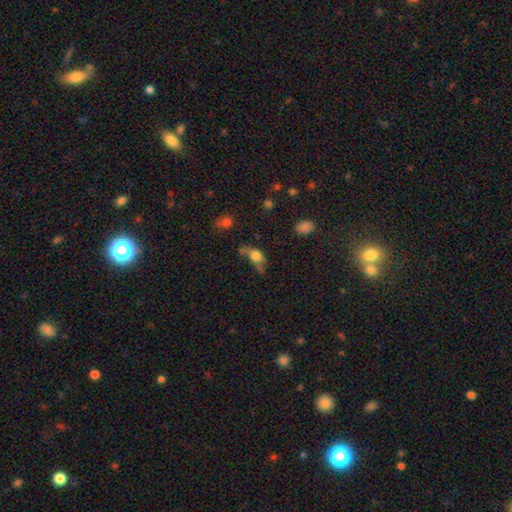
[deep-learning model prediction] Smooth or featured: smooth — 65% (featured or disk — 22%)
How rounded: in between — 64% (round — 29%)
Merging: none — 34% (minor disturbance — 27%)